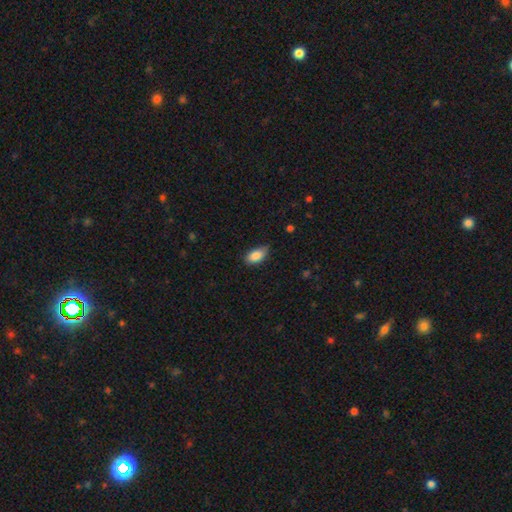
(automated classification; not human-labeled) Morphology: type=smooth (87%); roundness=in between (92%); merging=none (67%).